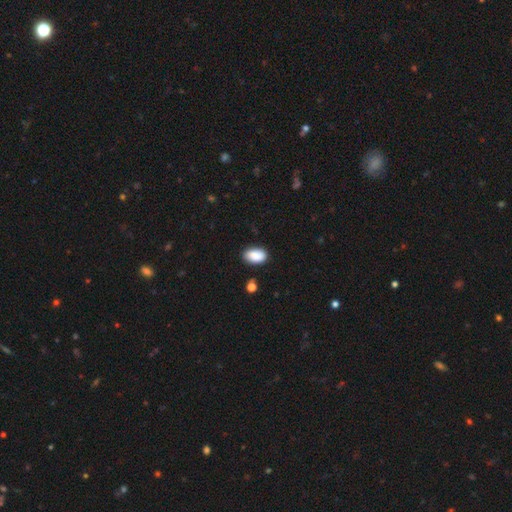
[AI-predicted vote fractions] Smooth or featured?
  - smooth: 88% *
  - star or artifact: 7%
  - featured or disk: 5%
How rounded?
  - in between: 91% *
  - round: 8%
  - cigar-shaped: 1%
Merging?
  - none: 82% *
  - minor disturbance: 13%
  - major disturbance: 3%
  - merger: 2%